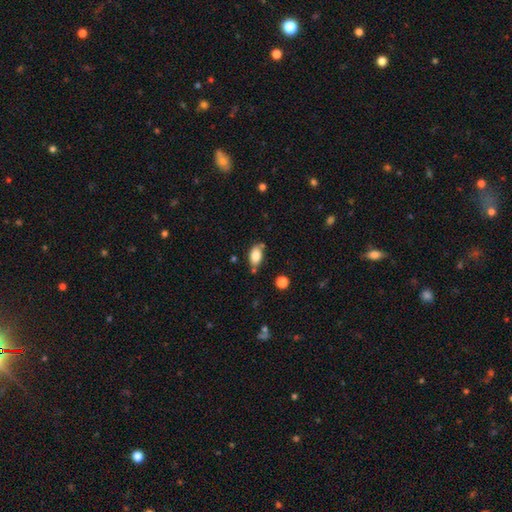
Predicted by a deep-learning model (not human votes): smooth 83%, featured or disk 10%, star or artifact 8%. Down the decision tree: how rounded — in between (90%); merging — none (70%).